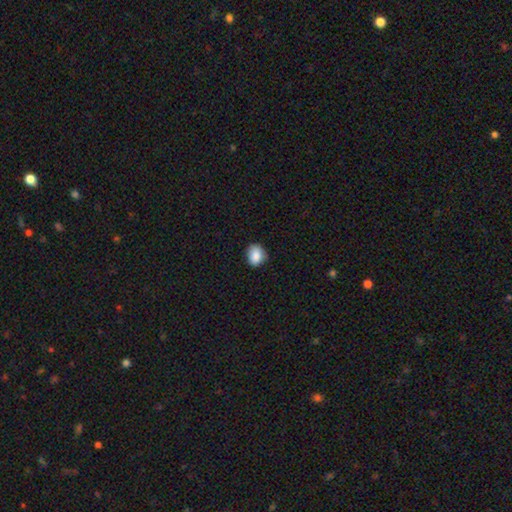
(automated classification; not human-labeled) A smooth galaxy with no disk features (87%) that is in between round and cigar-shaped (50%). Merging: none (79%).